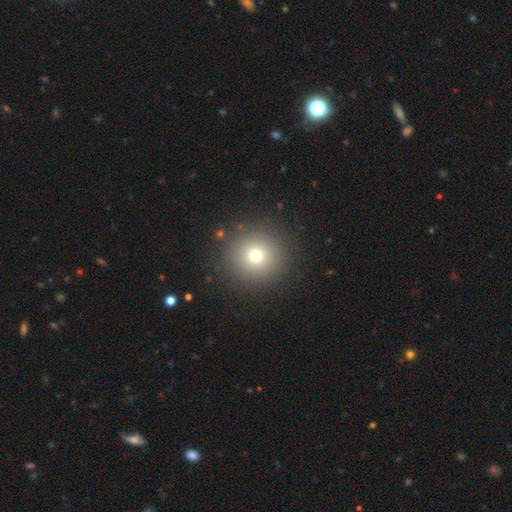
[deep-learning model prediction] smooth 72%, star or artifact 17%, featured or disk 11%. Down the decision tree: how rounded — round (95%); merging — none (89%).